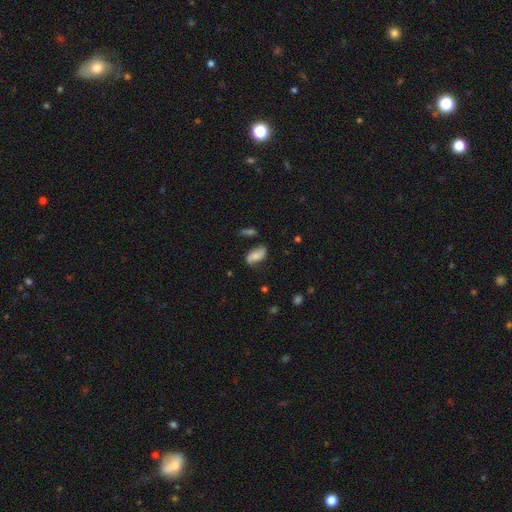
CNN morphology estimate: smooth-or-featured: smooth: 58% | featured or disk: 34% | star or artifact: 8%
  how-rounded: in between: 90% | cigar-shaped: 6% | round: 4%
  merging: none: 67% | minor disturbance: 23% | major disturbance: 6% | merger: 4%